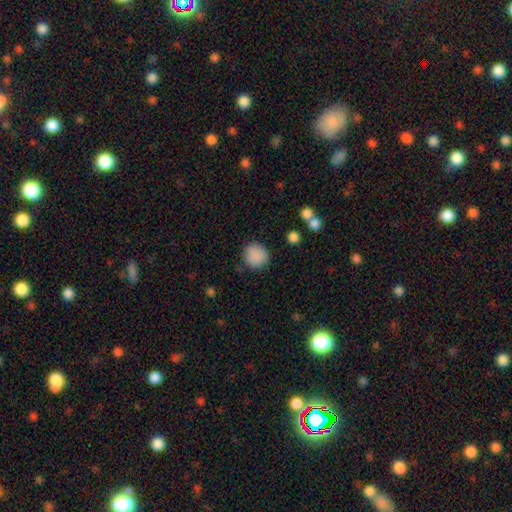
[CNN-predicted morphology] A smooth galaxy with no disk features (87%) that is round (90%).

Vote fractions:
- Smooth or featured? smooth: 87% / star or artifact: 9% / featured or disk: 4%
- How rounded? round: 90% / in between: 9% / cigar-shaped: 1%
- Merging? none: 84% / minor disturbance: 11% / major disturbance: 3% / merger: 2%